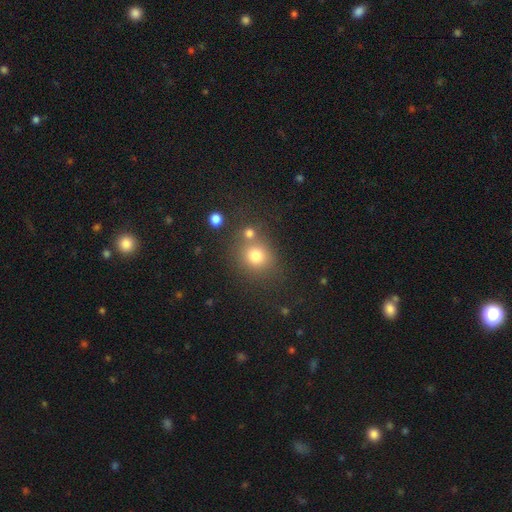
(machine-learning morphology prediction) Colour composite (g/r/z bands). It shows a smooth galaxy with no disk features (77%) that is round (81%). Merging: none (62%).